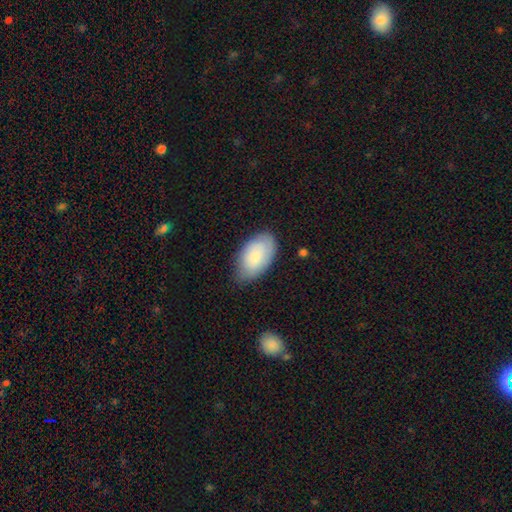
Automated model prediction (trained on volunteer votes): smooth_or_featured: smooth (p=0.79) [alt: featured or disk p=0.15]
how_rounded: in between (p=0.95) [alt: round p=0.04]
merging: none (p=0.73) [alt: minor disturbance p=0.21]